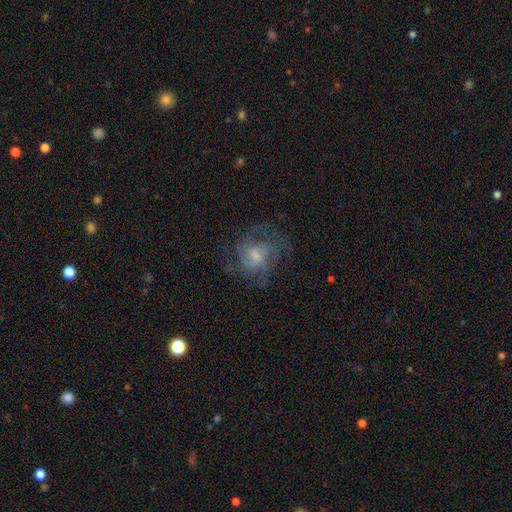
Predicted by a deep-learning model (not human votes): The model was most divided on "bulge size": small: 46%, moderate: 37%, none: 11%, large: 5%, dominant: 1%. Remaining: edge-on disk — no (97%); spiral arms — yes (84%); smooth or featured — featured or disk (68%); merging — none (63%); bar — no (52%); spiral winding — medium (46%); spiral arm count — can't tell (41%).